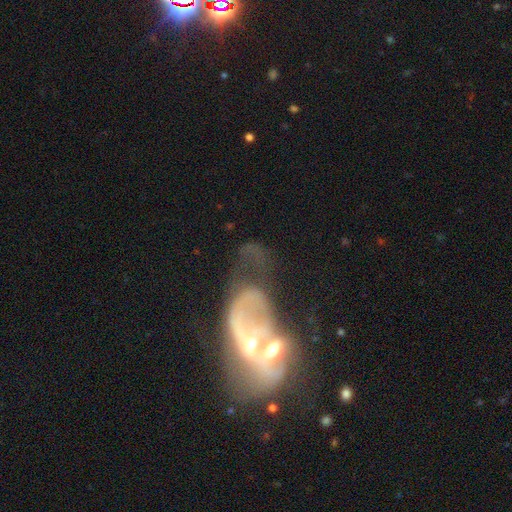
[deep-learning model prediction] This appears to be a featured or disk galaxy (64%) with no bar (71%), no spiral arms (58%) and a moderate central bulge (46%). Merging: merger (63%).